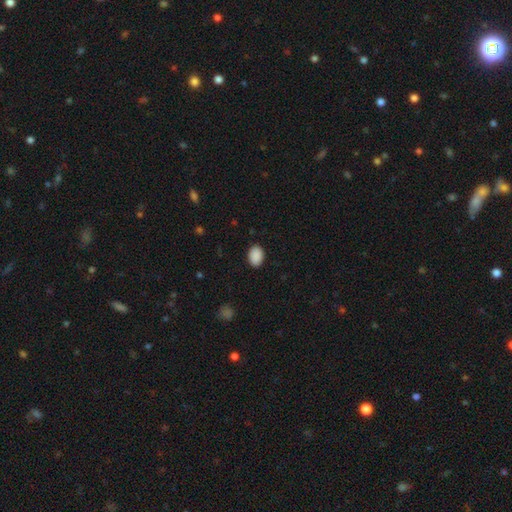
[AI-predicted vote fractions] Smooth or featured? smooth (90%)
How rounded? in between (79%)
Merging? none (88%)